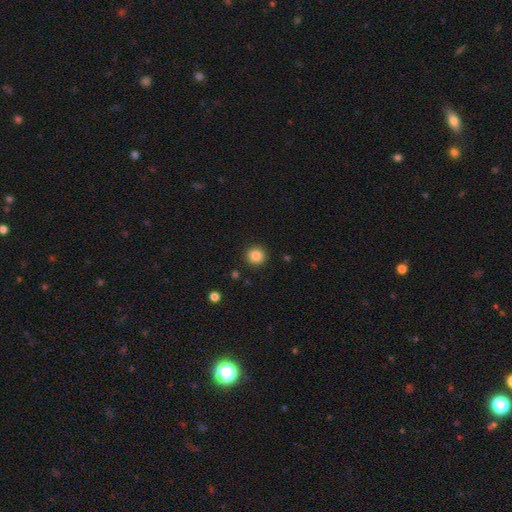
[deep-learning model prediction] This appears to be a smooth galaxy with no disk features (86%) that is round (93%). Merging: none (91%).